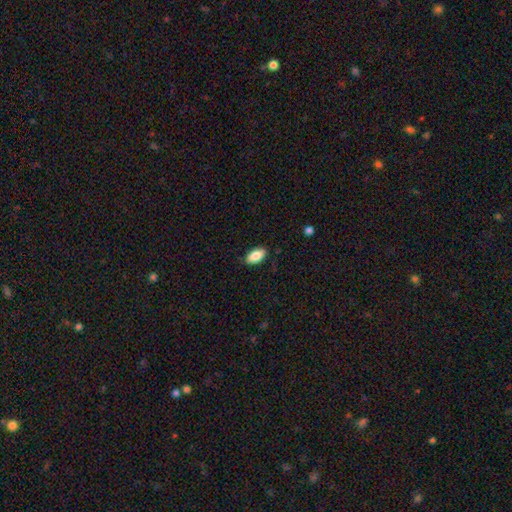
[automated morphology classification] This is clearly a smooth galaxy (85%). How rounded: clearly in between (93%). Merging: clearly none (86%).